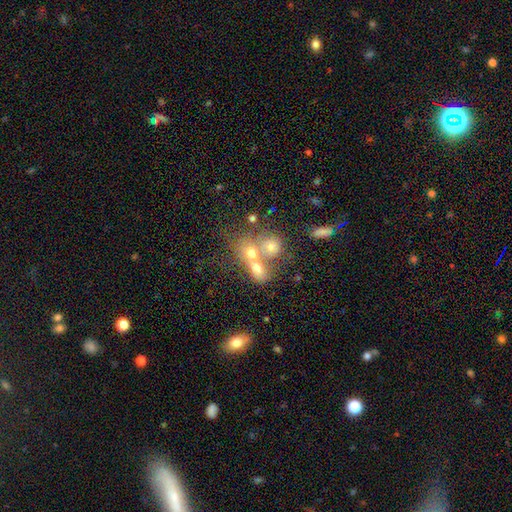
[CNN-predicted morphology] The model was most divided on "how rounded": round: 54%, in between: 43%, cigar-shaped: 3%. More confident: merging — merger (62%); smooth or featured — smooth (51%).